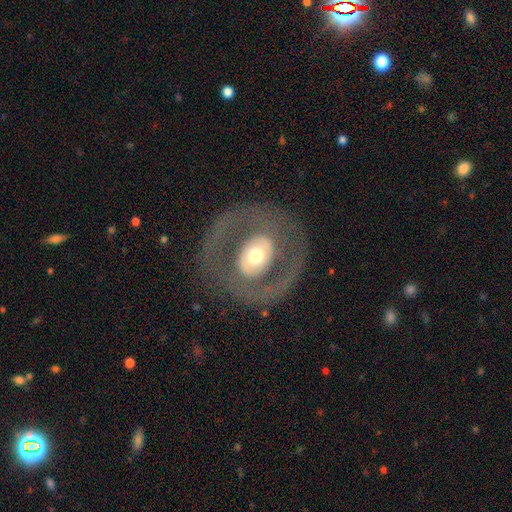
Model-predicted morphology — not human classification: Smooth or featured? featured or disk (64%)
Edge-on disk? no (94%)
Bar? no (73%)
Spiral arms? no (72%)
Bulge size? moderate (61%)
Merging? none (77%)